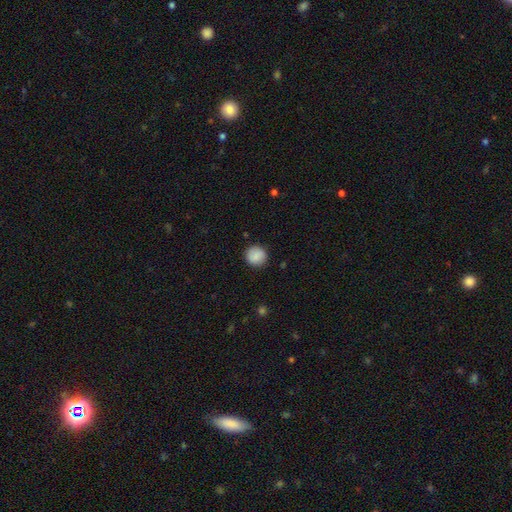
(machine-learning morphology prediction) smooth_or_featured: smooth (p=0.88) [alt: star or artifact p=0.08]
how_rounded: round (p=0.91) [alt: in between p=0.08]
merging: none (p=0.89) [alt: minor disturbance p=0.08]